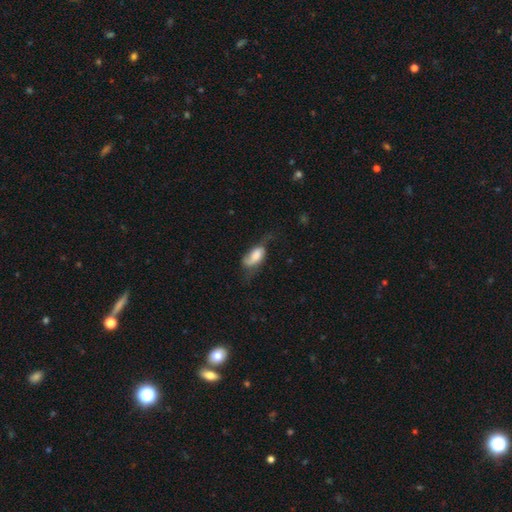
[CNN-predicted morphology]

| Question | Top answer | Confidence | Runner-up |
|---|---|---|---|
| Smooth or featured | smooth | 56% | featured or disk (36%) |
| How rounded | in between | 87% | cigar-shaped (9%) |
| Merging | none | 34% | minor disturbance (32%) |